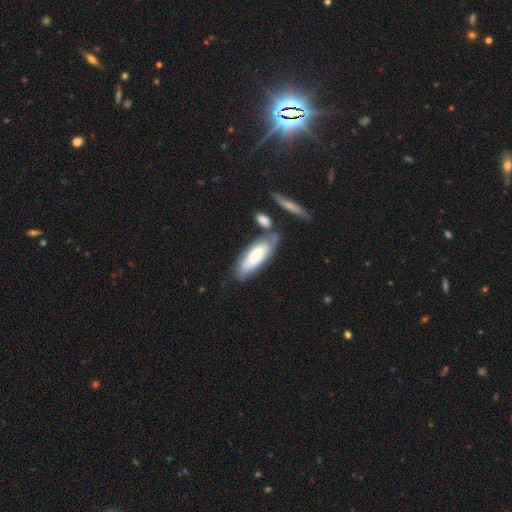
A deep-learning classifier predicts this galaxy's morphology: Smooth or featured?
  - smooth: 63% *
  - featured or disk: 31%
  - star or artifact: 6%
How rounded?
  - in between: 61% *
  - cigar-shaped: 38%
  - round: 2%
Merging?
  - none: 54% *
  - minor disturbance: 19%
  - merger: 19%
  - major disturbance: 7%